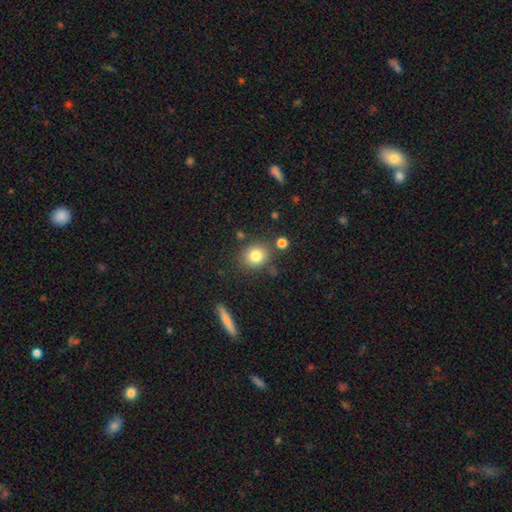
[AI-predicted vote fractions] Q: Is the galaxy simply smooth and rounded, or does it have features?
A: smooth — 82%.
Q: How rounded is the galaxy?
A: round — 74%.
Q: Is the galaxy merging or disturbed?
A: none — 80%.